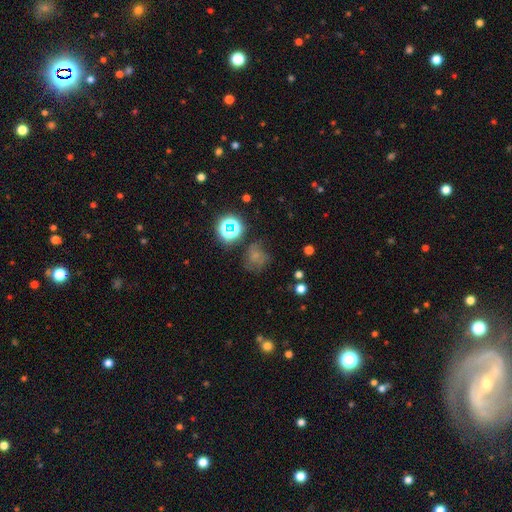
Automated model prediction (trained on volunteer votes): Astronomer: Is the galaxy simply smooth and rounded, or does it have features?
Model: smooth — 52% (runner-up: star or artifact, 29%).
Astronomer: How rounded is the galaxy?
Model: round — 76%.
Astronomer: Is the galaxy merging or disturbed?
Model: none — 55%.